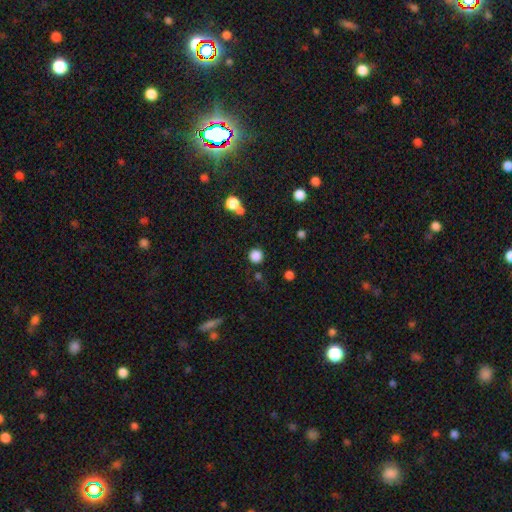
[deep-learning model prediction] Smooth or featured? smooth (84%)
How rounded? round (94%)
Merging? none (85%)